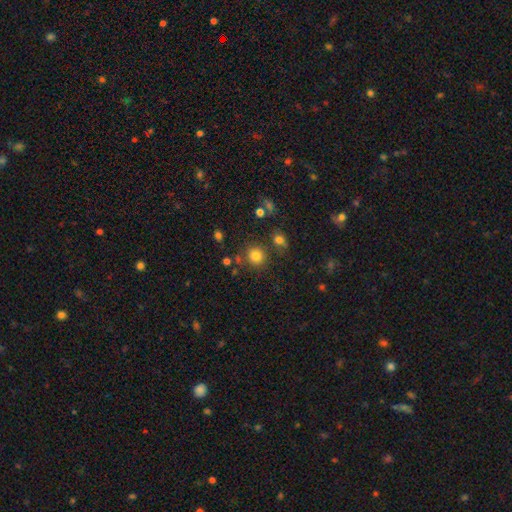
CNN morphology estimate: Overall: smooth (79%). How rounded: round (89%). Merging: none (77%).